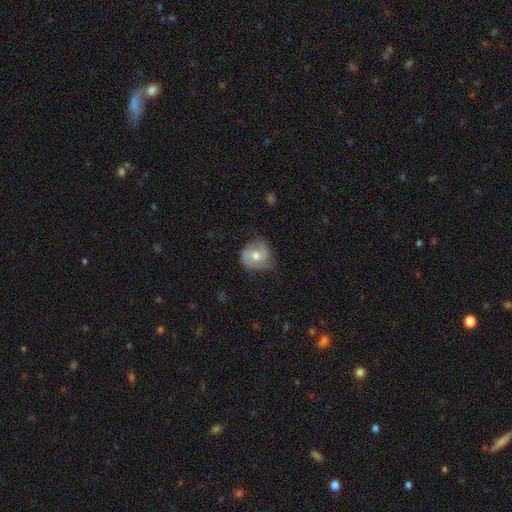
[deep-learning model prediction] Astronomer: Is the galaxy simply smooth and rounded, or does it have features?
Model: smooth — 49% (runner-up: featured or disk, 44%).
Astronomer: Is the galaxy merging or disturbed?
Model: none — 55% (runner-up: minor disturbance, 33%).